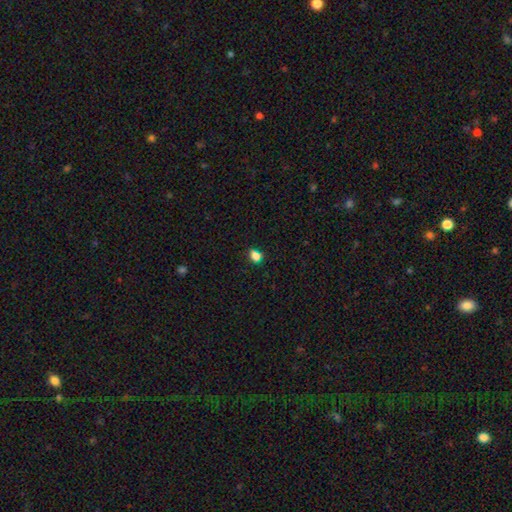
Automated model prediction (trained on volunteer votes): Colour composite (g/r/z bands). It shows a smooth galaxy with no disk features (69%) that is in between round and cigar-shaped (52%). Merging: none (72%).